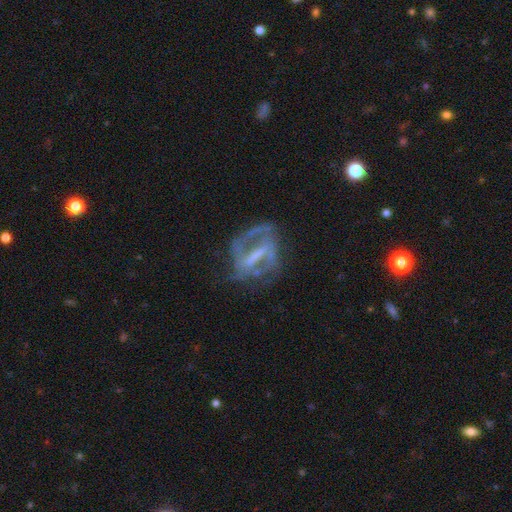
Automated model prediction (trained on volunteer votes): This appears to be a featured or disk galaxy (81%) with a strong bar (61%), 2 (59%) medium (46%) spiral arms (78%) and no central bulge (42%). Merging: none (53%).